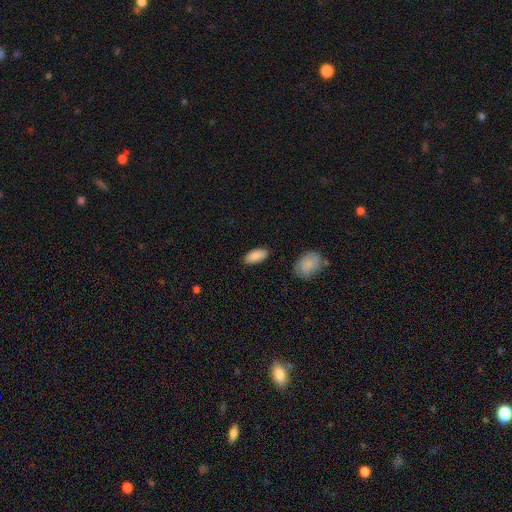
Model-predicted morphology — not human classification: This appears to be a smooth galaxy with no disk features (88%) that is in between round and cigar-shaped (90%). Merging: none (85%).